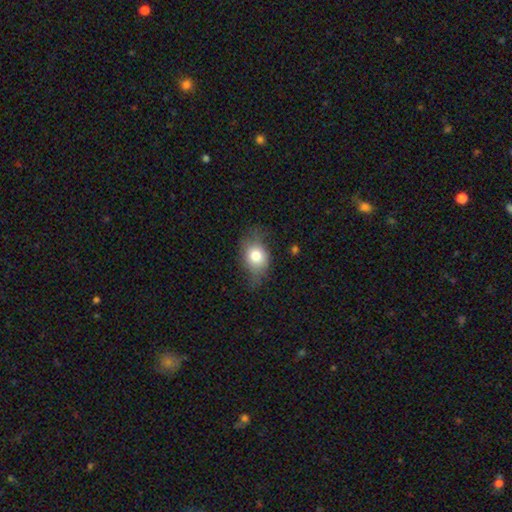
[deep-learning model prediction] smooth_or_featured: smooth (p=0.74) [alt: featured or disk p=0.18]
how_rounded: in between (p=0.63) [alt: round p=0.35]
merging: none (p=0.52) [alt: minor disturbance p=0.32]